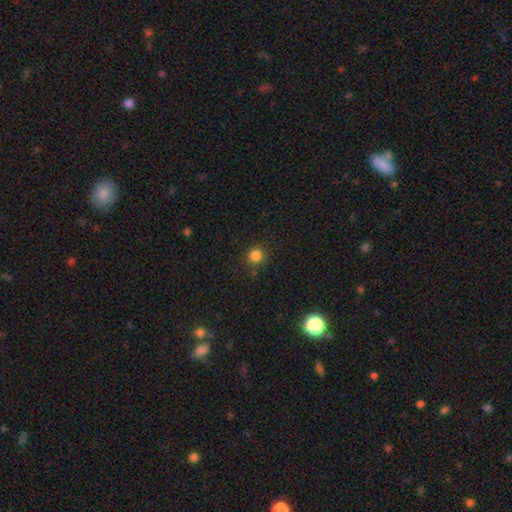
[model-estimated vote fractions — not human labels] smooth-or-featured: smooth: 83% | star or artifact: 13% | featured or disk: 4%
  how-rounded: round: 93% | in between: 6% | cigar-shaped: 1%
  merging: none: 85% | minor disturbance: 9% | major disturbance: 3% | merger: 2%